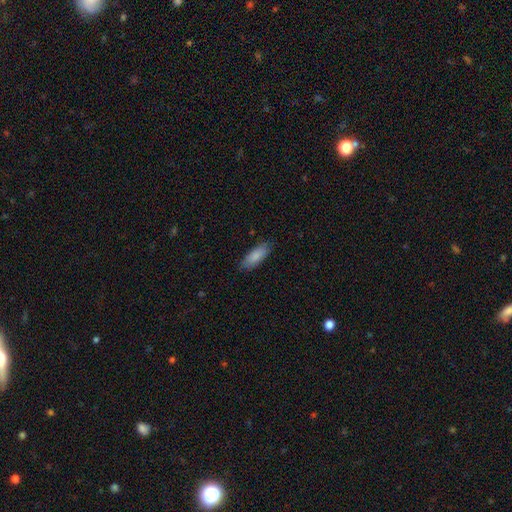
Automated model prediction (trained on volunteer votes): Q: Smooth or featured?
A: smooth (86%); runner-up: featured or disk (8%)
Q: How rounded?
A: in between (71%); runner-up: cigar-shaped (28%)
Q: Merging?
A: none (83%); runner-up: minor disturbance (14%)